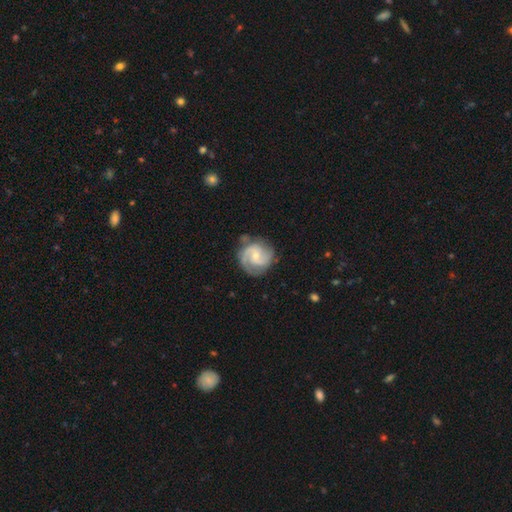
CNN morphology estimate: Q: Smooth or featured?
A: featured or disk (83%); runner-up: smooth (12%)
Q: Edge-on disk?
A: no (98%); runner-up: yes (2%)
Q: Bar?
A: no (49%); runner-up: weak (42%)
Q: Spiral arms?
A: yes (96%); runner-up: no (4%)
Q: Spiral winding?
A: medium (46%); runner-up: tight (41%)
Q: Spiral arm count?
A: 2 (68%); runner-up: 3 (15%)
Q: Bulge size?
A: small (61%); runner-up: moderate (35%)
Q: Merging?
A: none (73%); runner-up: minor disturbance (18%)